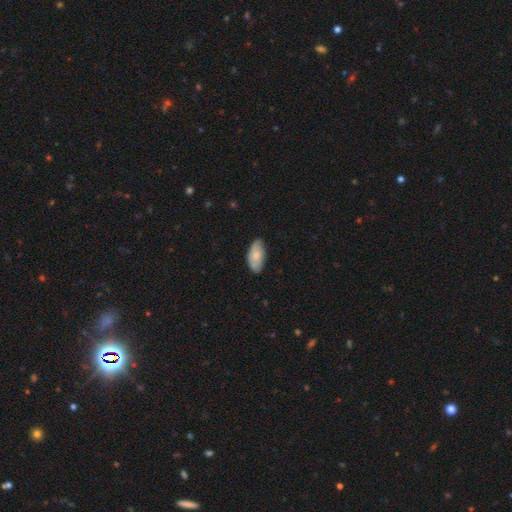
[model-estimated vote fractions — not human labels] Smooth or featured? smooth (73%)
How rounded? in between (93%)
Merging? none (76%)